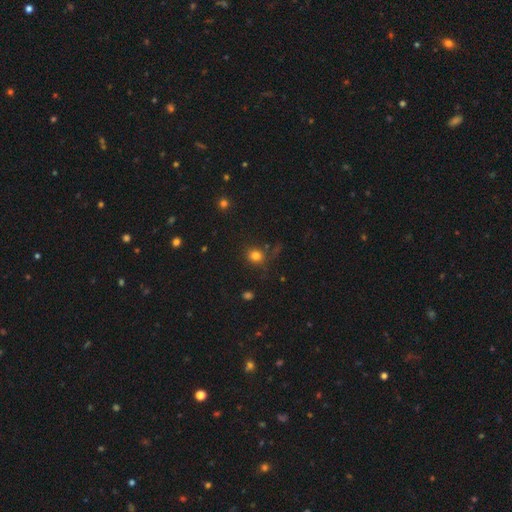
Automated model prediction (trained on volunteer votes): Overall: smooth (79%). How rounded: round (76%). Merging: none (77%).